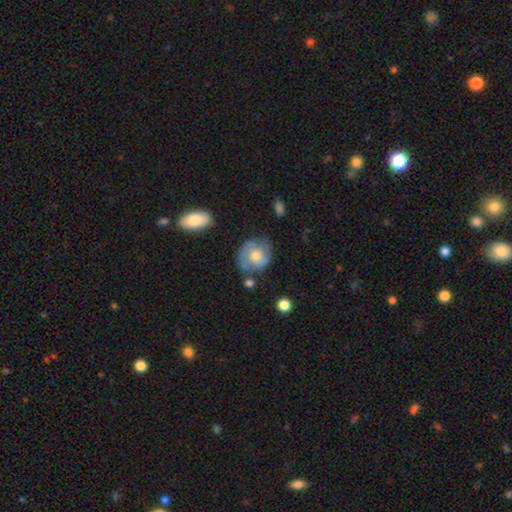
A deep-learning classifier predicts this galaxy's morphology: type=featured or disk (56%); edge-on=no (97%); bar=no (73%); spiral arms=yes (79%); bulge=moderate (67%); merging=none (62%).